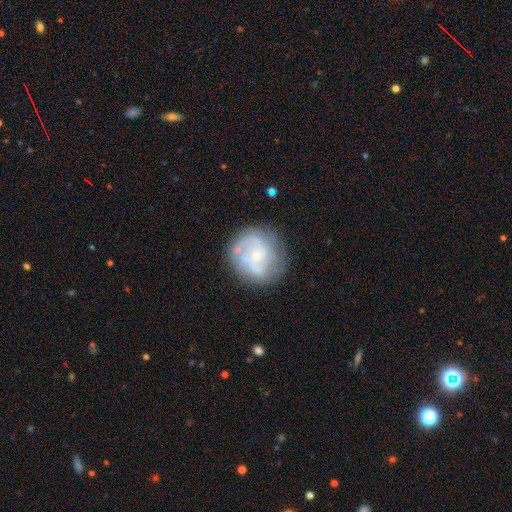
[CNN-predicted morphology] smooth-or-featured: featured or disk: 70% | smooth: 22% | star or artifact: 7%
  disk-edge-on: no: 98% | yes: 2%
    bar: no: 71% | weak: 25% | strong: 4%
    has-spiral-arms: yes: 82% | no: 18%
      spiral-winding: tight: 47% | medium: 37% | loose: 16%
      spiral-arm-count: can't tell: 36% | 2: 27% | 3: 20% | 4: 7% | 1: 5% | more than 4: 4%
    bulge-size: small: 68% | moderate: 23% | none: 6% | large: 2% | dominant: 1%
  merging: none: 73% | minor disturbance: 16% | major disturbance: 8% | merger: 3%